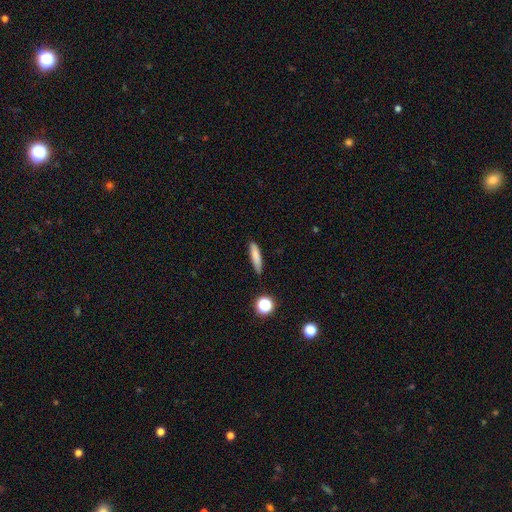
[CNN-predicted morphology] smooth_or_featured: smooth (p=0.80) [alt: featured or disk p=0.11]
how_rounded: cigar-shaped (p=0.80) [alt: in between p=0.17]
merging: none (p=0.84) [alt: minor disturbance p=0.11]